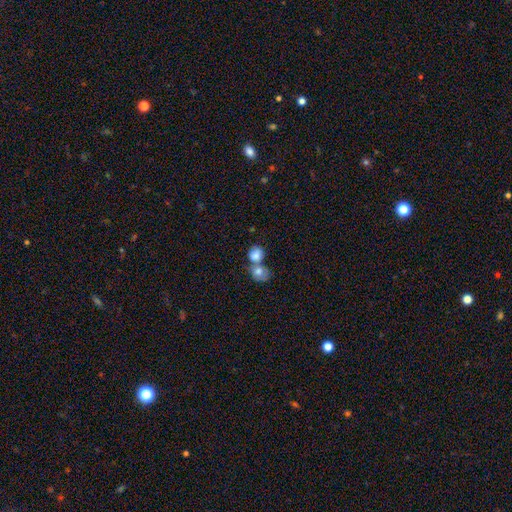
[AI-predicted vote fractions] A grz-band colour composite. It shows a smooth galaxy with no disk features (81%) that is round (66%). Merging: merger (62%).